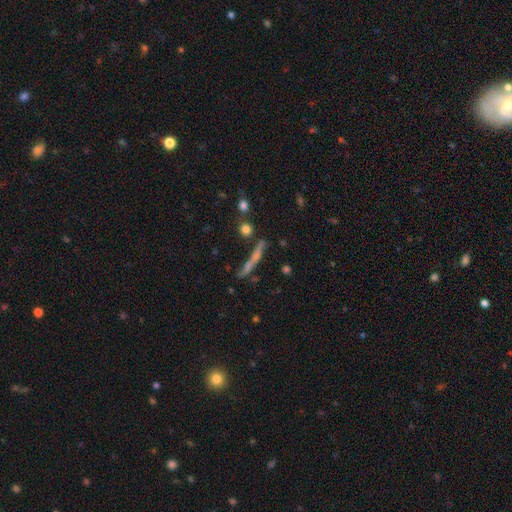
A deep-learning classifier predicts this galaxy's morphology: type=featured or disk (52%); edge-on=yes (90%); merging=none (72%).